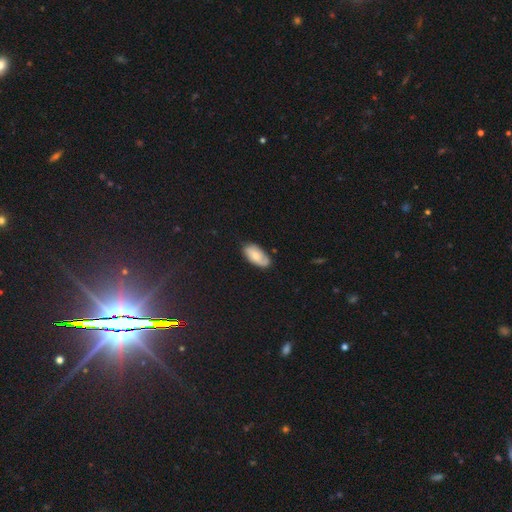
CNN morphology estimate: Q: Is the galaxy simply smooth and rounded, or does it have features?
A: smooth — 66%.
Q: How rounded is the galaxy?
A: in between — 93%.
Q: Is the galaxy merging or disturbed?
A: none — 74%.